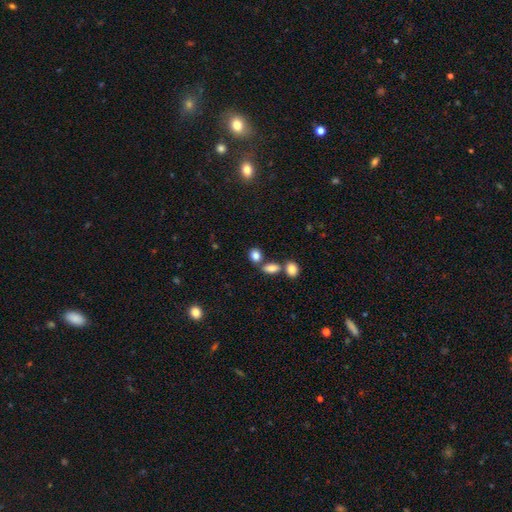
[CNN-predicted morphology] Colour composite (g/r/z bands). It shows a smooth galaxy with no disk features (83%) that is in between round and cigar-shaped (59%). Merging: none (59%).